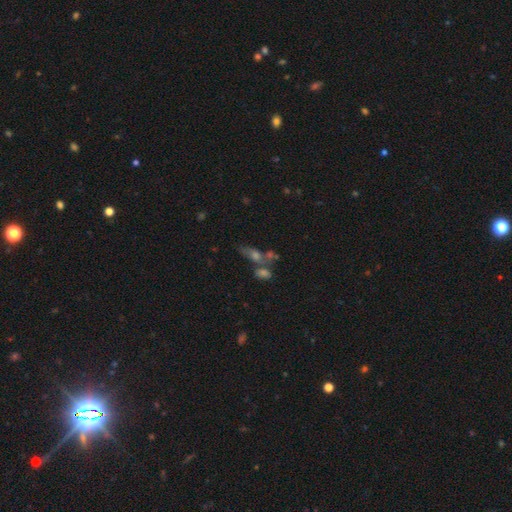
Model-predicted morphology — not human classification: smooth 42%, featured or disk 33%, star or artifact 26%. Down the decision tree: merging — merger (41%).